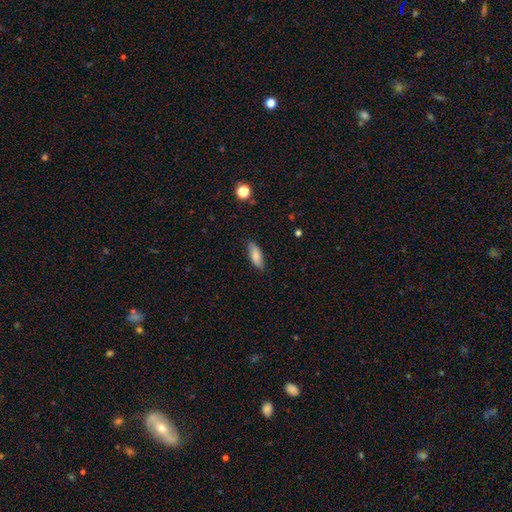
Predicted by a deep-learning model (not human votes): This appears to be a smooth galaxy with no disk features (83%) that is in between round and cigar-shaped (75%). Merging: none (82%).